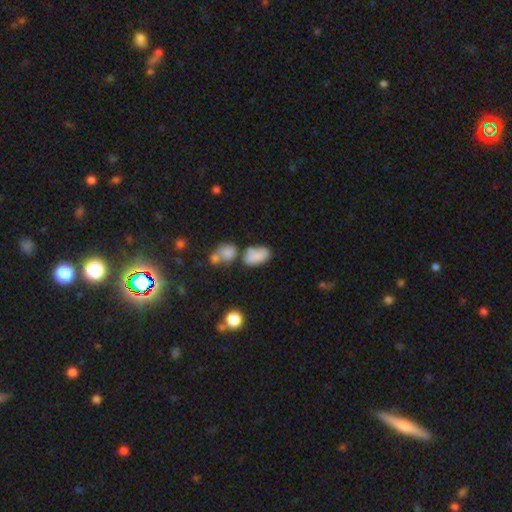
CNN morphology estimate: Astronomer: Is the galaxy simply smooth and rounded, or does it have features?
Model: smooth — 79%.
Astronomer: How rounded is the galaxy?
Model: in between — 90%.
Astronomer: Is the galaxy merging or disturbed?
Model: none — 43% (runner-up: merger, 28%).